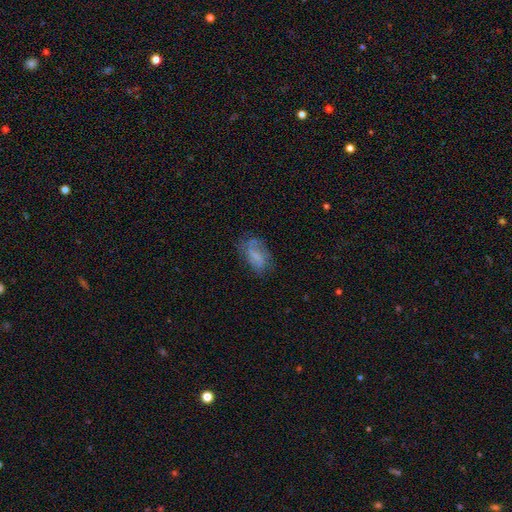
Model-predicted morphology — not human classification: The model was most divided on "smooth or featured": smooth: 55%, featured or disk: 35%, star or artifact: 10%. More confident: how rounded — in between (89%); merging — none (56%).